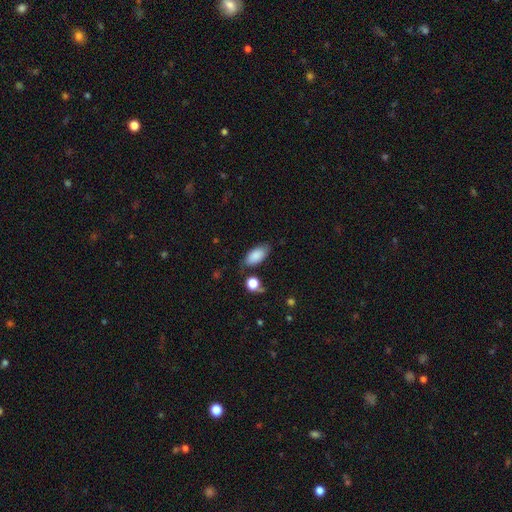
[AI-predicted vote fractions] smooth_or_featured: smooth (p=0.85) [alt: featured or disk p=0.08]
how_rounded: in between (p=0.91) [alt: cigar-shaped p=0.05]
merging: none (p=0.70) [alt: minor disturbance p=0.19]